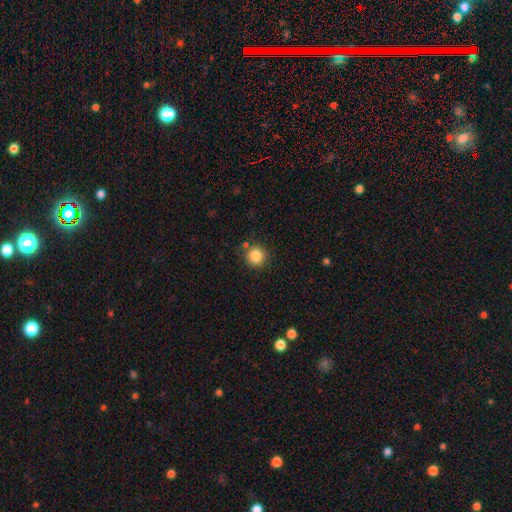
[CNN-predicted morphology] Smooth or featured?
  - smooth: 86% *
  - star or artifact: 10%
  - featured or disk: 4%
How rounded?
  - round: 92% *
  - in between: 7%
  - cigar-shaped: 1%
Merging?
  - none: 83% *
  - minor disturbance: 10%
  - merger: 4%
  - major disturbance: 3%